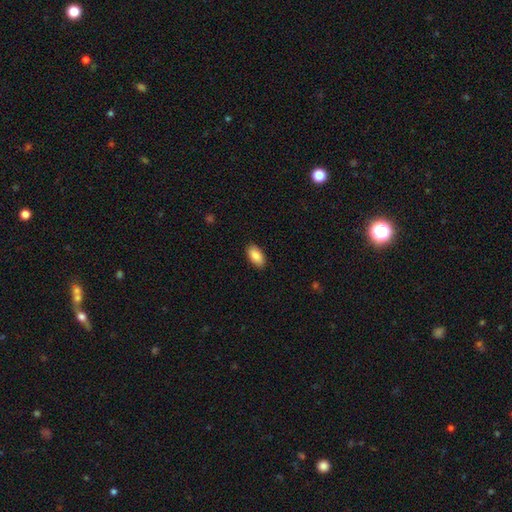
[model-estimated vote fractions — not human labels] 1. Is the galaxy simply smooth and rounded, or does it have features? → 88% smooth, 7% star or artifact, 6% featured or disk.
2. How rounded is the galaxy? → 93% in between, 4% cigar-shaped, 3% round.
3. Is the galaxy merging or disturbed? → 89% none, 8% minor disturbance, 2% major disturbance, 1% merger.